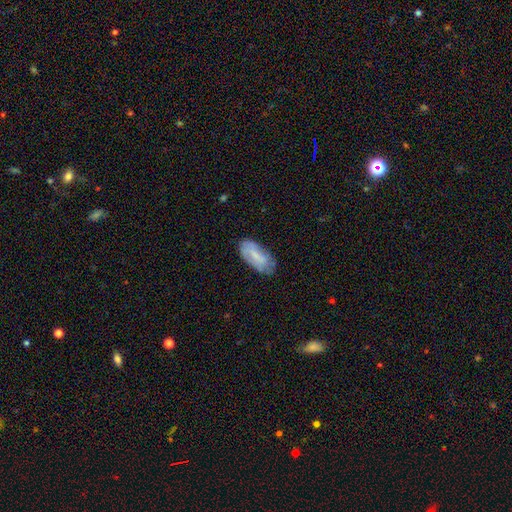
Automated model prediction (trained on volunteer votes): Smooth or featured: smooth — 65% (featured or disk — 28%)
How rounded: in between — 89% (cigar-shaped — 8%)
Merging: none — 66% (minor disturbance — 25%)